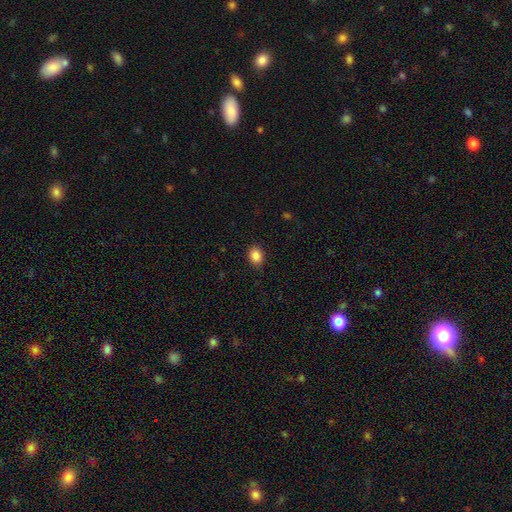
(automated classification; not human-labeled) smooth 87%, star or artifact 9%, featured or disk 3%. Down the decision tree: how rounded — in between (60%); merging — none (86%).